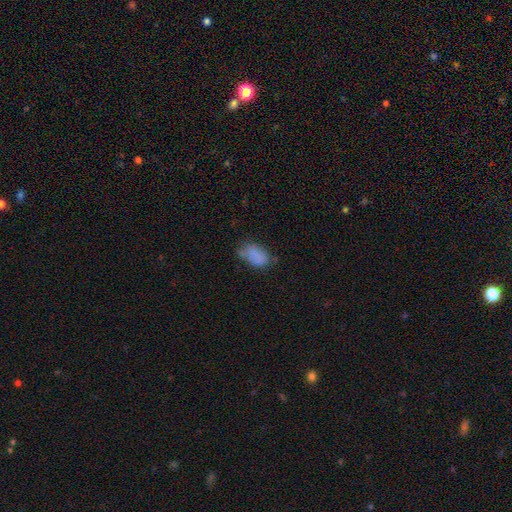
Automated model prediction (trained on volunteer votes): Q: Smooth or featured?
A: smooth (81%); runner-up: featured or disk (10%)
Q: How rounded?
A: in between (89%); runner-up: round (9%)
Q: Merging?
A: none (56%); runner-up: minor disturbance (29%)